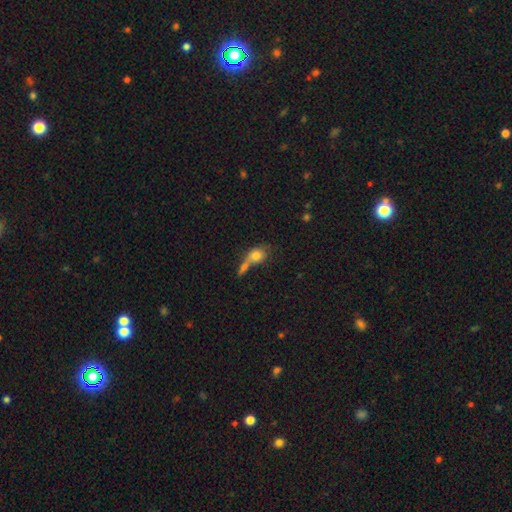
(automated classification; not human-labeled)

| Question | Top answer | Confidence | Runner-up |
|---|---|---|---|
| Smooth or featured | smooth | 74% | featured or disk (17%) |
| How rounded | in between | 47% | tied: round (47%) |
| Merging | merger | 50% | none (27%) |